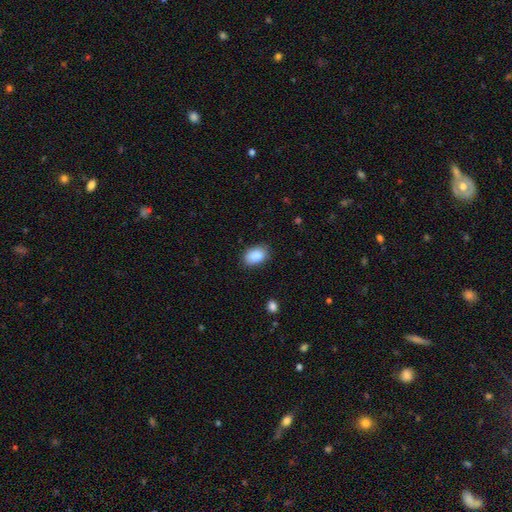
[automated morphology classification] smooth_or_featured: smooth (p=0.89) [alt: star or artifact p=0.07]
how_rounded: in between (p=0.89) [alt: round p=0.10]
merging: none (p=0.83) [alt: minor disturbance p=0.13]